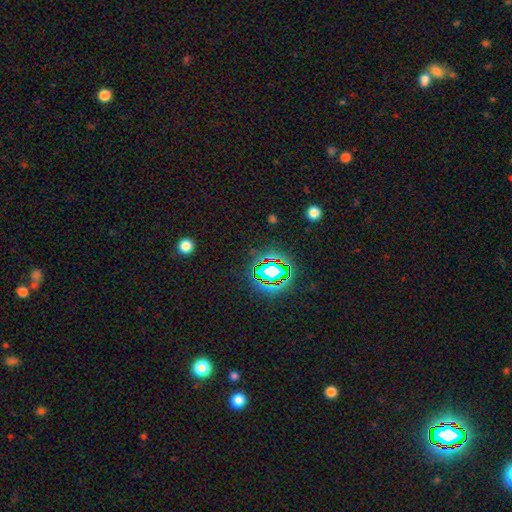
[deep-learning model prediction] smooth-or-featured: star or artifact: 78% | smooth: 14% | featured or disk: 9%